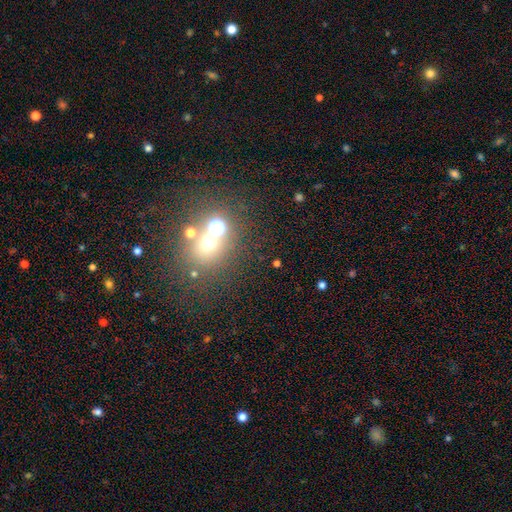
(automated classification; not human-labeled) This appears to be a smooth galaxy with no disk features (43%). Merging: merger (45%).